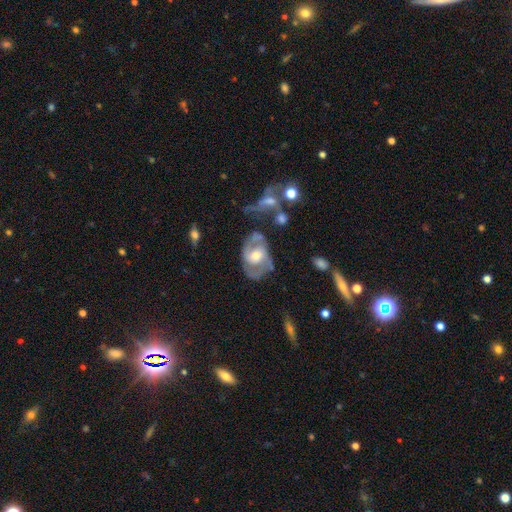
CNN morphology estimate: Smooth or featured: featured or disk — 77% (smooth — 17%)
Edge-on disk: no — 96% (yes — 4%)
Bar: no — 49% (weak — 38%)
Spiral arms: yes — 85% (no — 15%)
Spiral winding: medium — 50% (tight — 28%)
Spiral arm count: 2 — 66% (can't tell — 16%)
Bulge size: moderate — 67% (small — 25%)
Merging: none — 54% (minor disturbance — 23%)